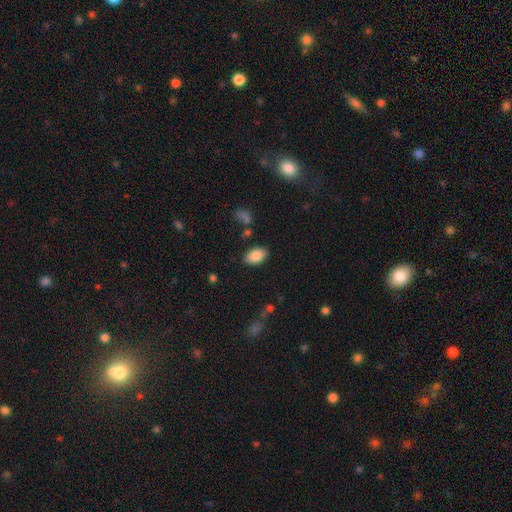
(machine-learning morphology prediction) A smooth galaxy with no disk features (86%) that is in between round and cigar-shaped (92%).

Vote fractions:
- Smooth or featured? smooth: 86% / star or artifact: 7% / featured or disk: 7%
- How rounded? in between: 92% / round: 7% / cigar-shaped: 1%
- Merging? none: 84% / minor disturbance: 11% / major disturbance: 3% / merger: 3%